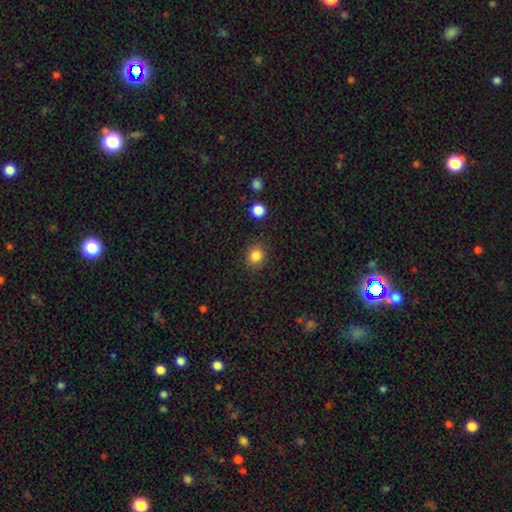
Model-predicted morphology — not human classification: Smooth or featured? Predicted: smooth (p=0.85). How rounded? Predicted: round (p=0.77). Merging? Predicted: none (p=0.88).